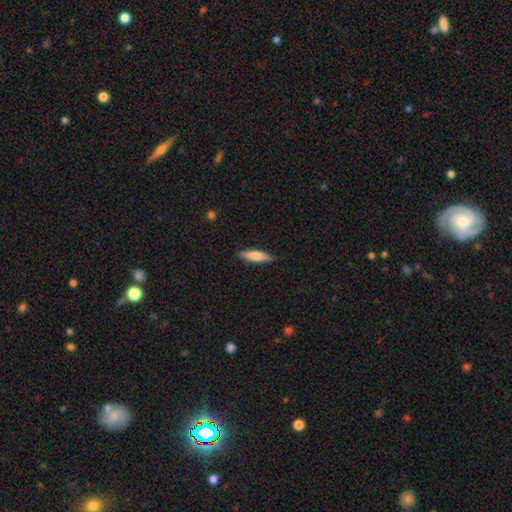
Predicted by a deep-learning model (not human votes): This is likely a smooth galaxy (67%). How rounded: likely cigar-shaped (73%). Merging: clearly none (86%).